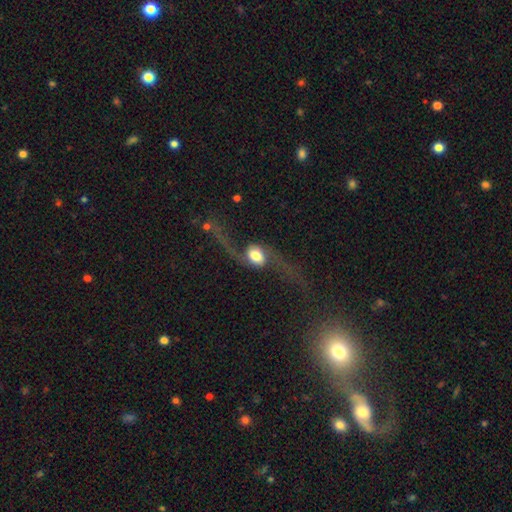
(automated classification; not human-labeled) Smooth or featured? Predicted: featured or disk (p=0.76). Edge-on disk? Predicted: no (p=0.82). Bar? Predicted: no (p=0.51). Spiral arms? Predicted: yes (p=0.89). Spiral winding? Predicted: loose (p=0.94). Spiral arm count? Predicted: 2 (p=0.93). Bulge size? Predicted: large (p=0.45). Merging? Predicted: none (p=0.48).